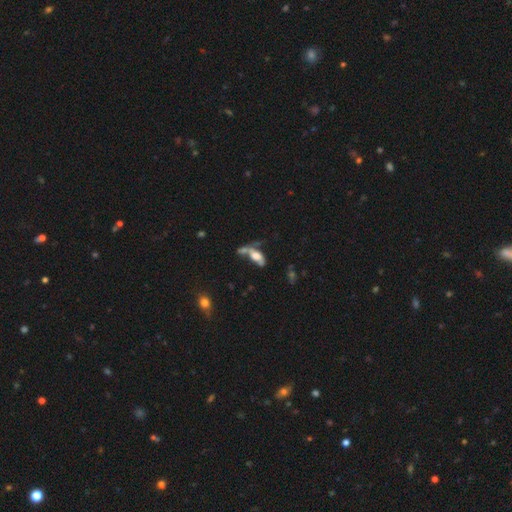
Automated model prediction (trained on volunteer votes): Overall: smooth (52%; featured or disk 36%). How rounded: in between (74%). Merging: merger (40%; none 24%).